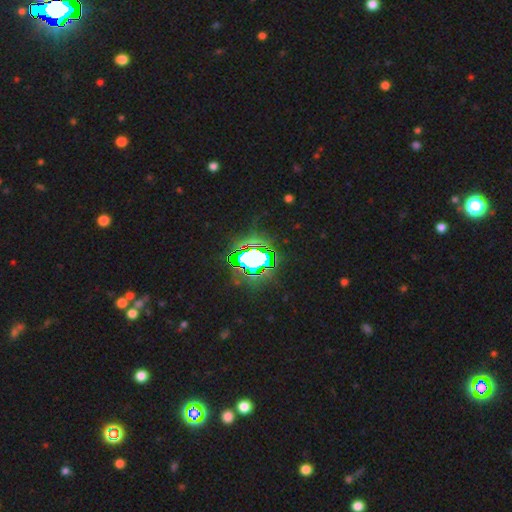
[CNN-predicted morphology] Smooth or featured? Predicted: star or artifact (p=0.70).